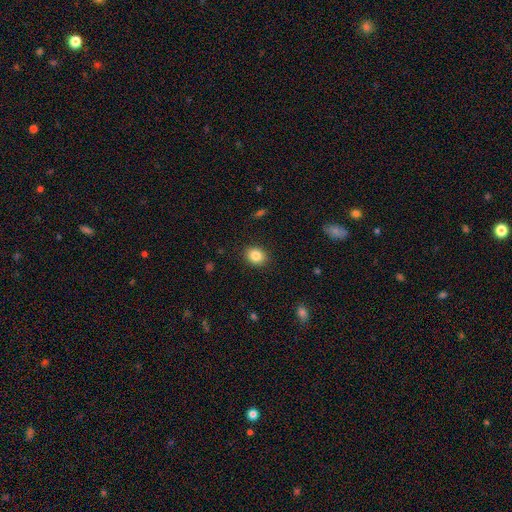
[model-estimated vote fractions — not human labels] smooth_or_featured: smooth (p=0.85) [alt: star or artifact p=0.09]
how_rounded: round (p=0.59) [alt: in between p=0.40]
merging: none (p=0.89) [alt: minor disturbance p=0.07]